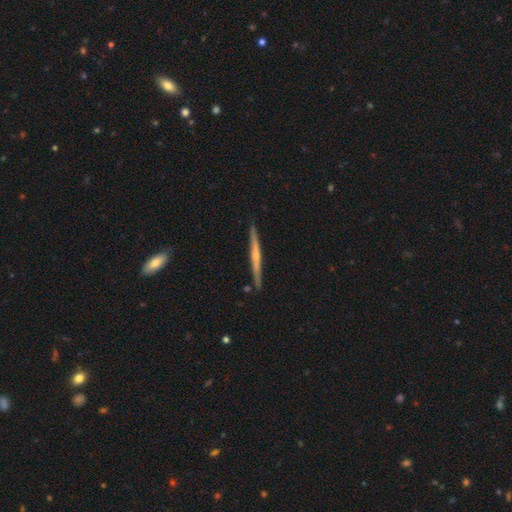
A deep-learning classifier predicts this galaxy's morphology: This appears to be a featured or disk galaxy (68%) viewed edge-on (98%) with a rounded central bulge (59%). Merging: none (90%).